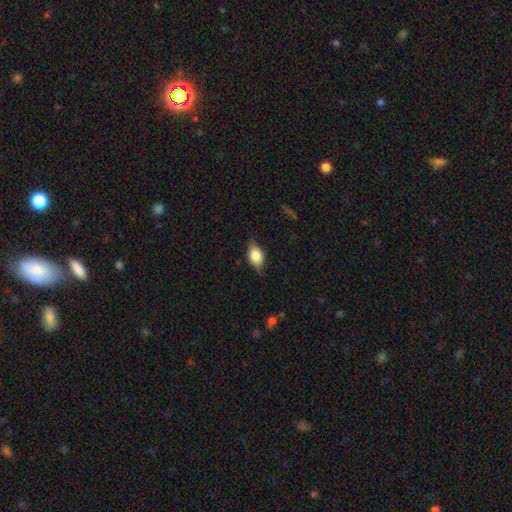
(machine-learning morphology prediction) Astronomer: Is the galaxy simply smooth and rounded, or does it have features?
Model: smooth — 75%.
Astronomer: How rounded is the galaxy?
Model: in between — 85%.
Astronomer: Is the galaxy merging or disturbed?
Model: none — 79%.